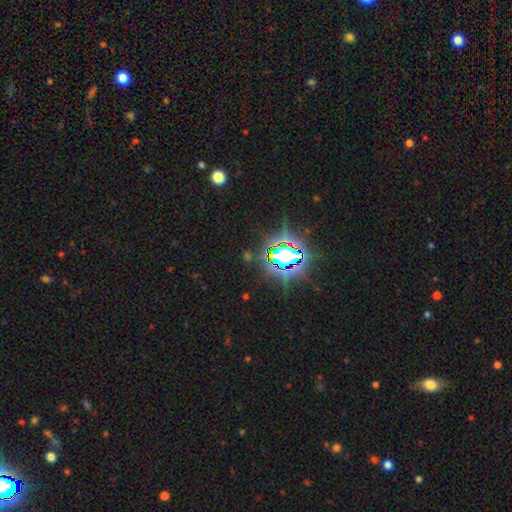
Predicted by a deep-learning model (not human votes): This is clearly a star or artifact rather than a galaxy (81%).